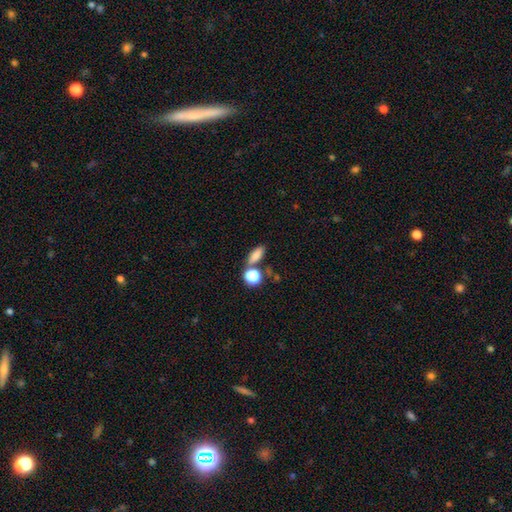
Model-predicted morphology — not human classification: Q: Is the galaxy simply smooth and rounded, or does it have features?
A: smooth — 79%.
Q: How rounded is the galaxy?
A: in between — 70%.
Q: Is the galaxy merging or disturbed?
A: none — 64%.